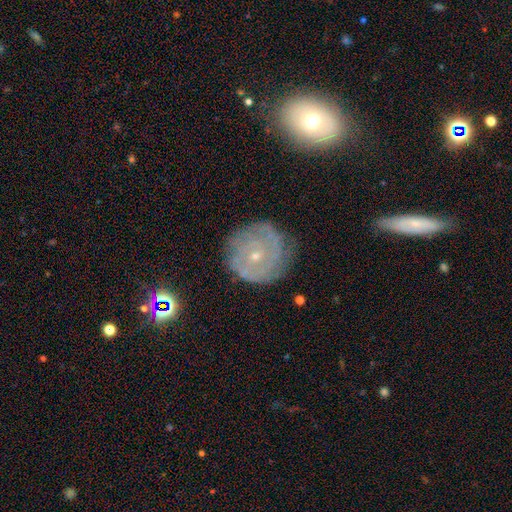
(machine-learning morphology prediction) Q: Smooth or featured?
A: featured or disk (78%); runner-up: smooth (13%)
Q: Edge-on disk?
A: no (97%); runner-up: yes (3%)
Q: Bar?
A: no (77%); runner-up: weak (18%)
Q: Spiral arms?
A: yes (92%); runner-up: no (8%)
Q: Spiral winding?
A: tight (78%); runner-up: medium (18%)
Q: Spiral arm count?
A: can't tell (36%); runner-up: 2 (23%)
Q: Bulge size?
A: small (77%); runner-up: moderate (20%)
Q: Merging?
A: none (77%); runner-up: minor disturbance (16%)